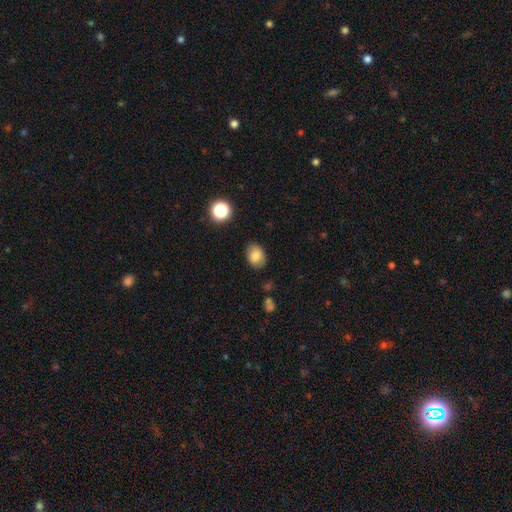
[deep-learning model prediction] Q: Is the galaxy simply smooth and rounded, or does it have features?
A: smooth — 82%.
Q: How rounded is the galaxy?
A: in between — 67%.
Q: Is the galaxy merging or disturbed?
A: none — 82%.